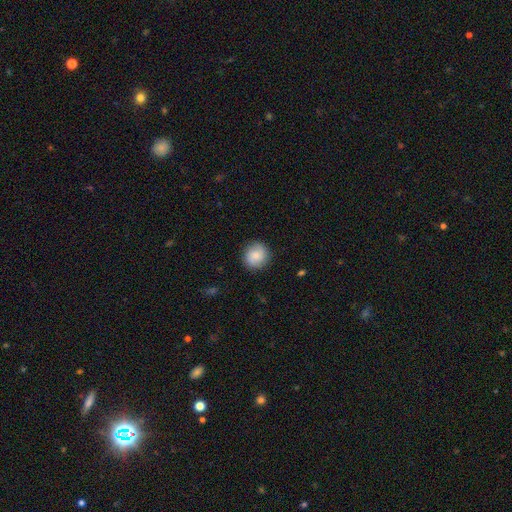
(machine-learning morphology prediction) Smooth or featured? smooth (75%)
How rounded? round (89%)
Merging? none (87%)